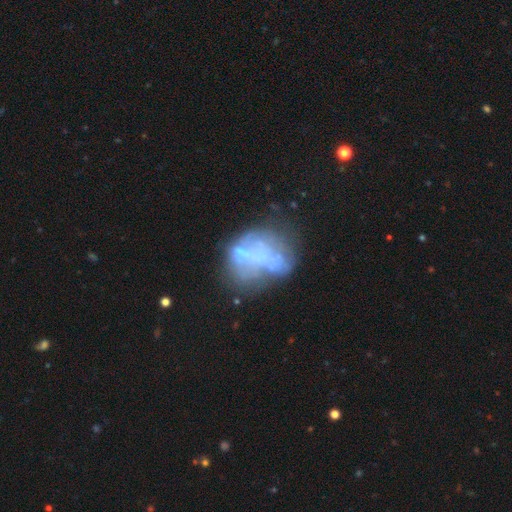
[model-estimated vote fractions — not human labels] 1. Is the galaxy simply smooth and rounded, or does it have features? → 59% featured or disk, 27% smooth, 15% star or artifact.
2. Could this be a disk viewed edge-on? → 97% no, 3% yes.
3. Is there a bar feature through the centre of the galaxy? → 84% no, 10% weak, 6% strong.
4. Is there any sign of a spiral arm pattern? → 92% no, 8% yes.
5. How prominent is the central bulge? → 72% none, 14% small, 9% moderate, 3% large, 2% dominant.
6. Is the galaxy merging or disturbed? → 35% none, 30% major disturbance, 19% minor disturbance, 16% merger.